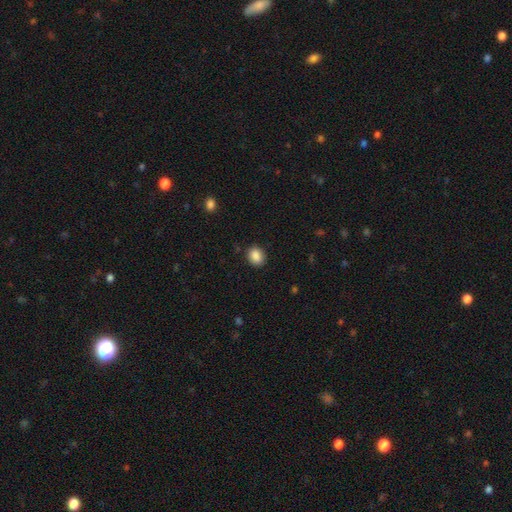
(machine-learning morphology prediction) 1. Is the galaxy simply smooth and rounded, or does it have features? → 88% smooth, 8% star or artifact, 4% featured or disk.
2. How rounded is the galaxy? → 50% in between, 49% round, 1% cigar-shaped.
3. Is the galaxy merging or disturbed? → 88% none, 8% minor disturbance, 2% major disturbance, 1% merger.